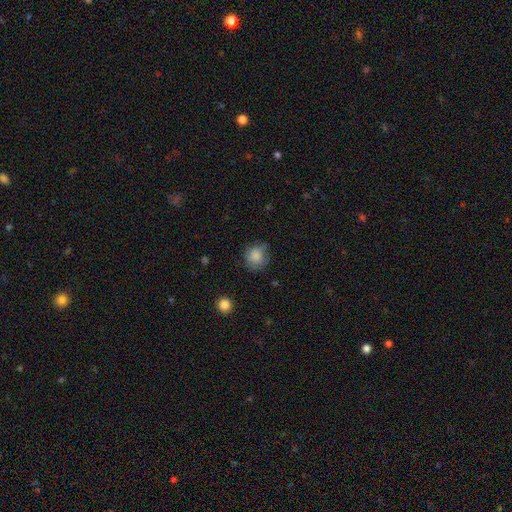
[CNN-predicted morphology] Overall: smooth (84%). How rounded: round (86%). Merging: none (72%).